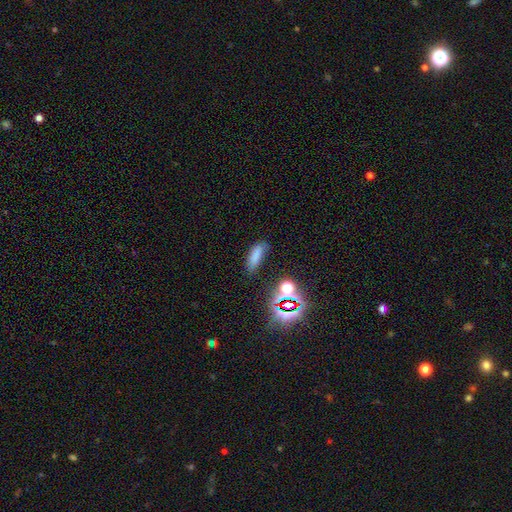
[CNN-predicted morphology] This appears to be a smooth galaxy with no disk features (72%) that is in between round and cigar-shaped (52%). Merging: none (69%).